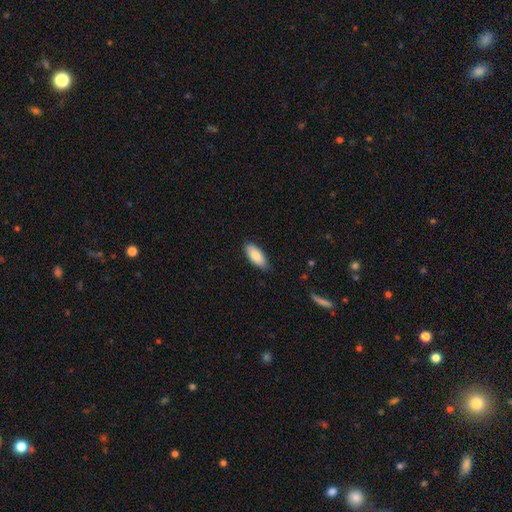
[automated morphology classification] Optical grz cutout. It shows a smooth galaxy with no disk features (83%) that is in between round and cigar-shaped (85%). Merging: none (85%).